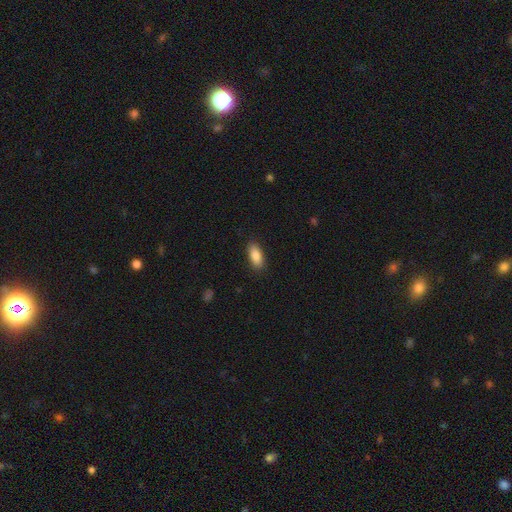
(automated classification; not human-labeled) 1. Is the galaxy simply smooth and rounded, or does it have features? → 86% smooth, 7% featured or disk, 7% star or artifact.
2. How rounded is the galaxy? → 85% in between, 13% cigar-shaped, 3% round.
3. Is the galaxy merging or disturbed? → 87% none, 10% minor disturbance, 2% major disturbance, 1% merger.